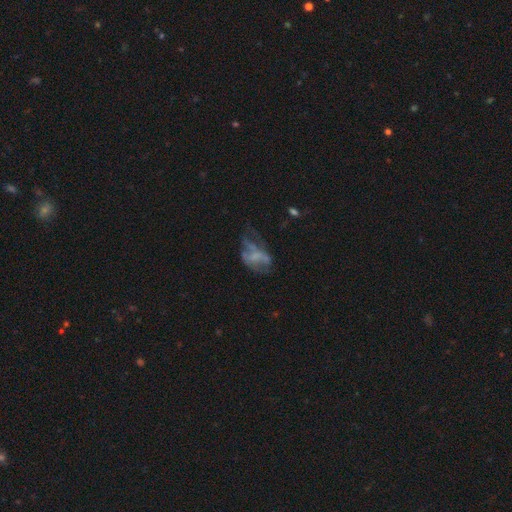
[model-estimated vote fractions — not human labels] This is possibly a featured or disk galaxy (54%). It is clearly not viewed edge-on (96%). Bar: likely no (77%). Spiral arm pattern: likely no (75%). Central bulge: likely none (65%). Merging: marginally major disturbance (42%).